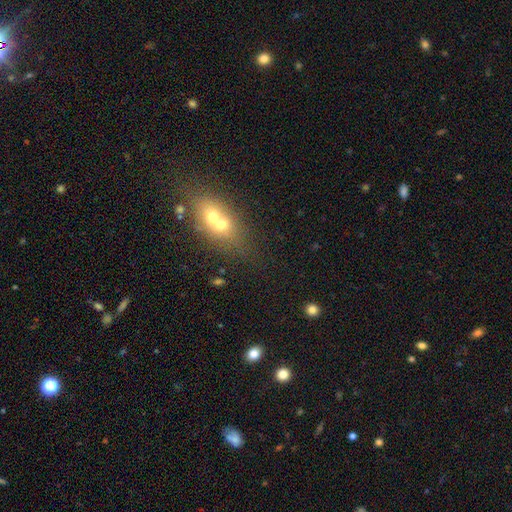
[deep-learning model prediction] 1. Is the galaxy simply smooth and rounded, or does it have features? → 52% smooth, 25% featured or disk, 23% star or artifact.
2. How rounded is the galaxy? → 53% in between, 36% round, 12% cigar-shaped.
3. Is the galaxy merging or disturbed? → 46% merger, 41% none, 9% minor disturbance, 5% major disturbance.